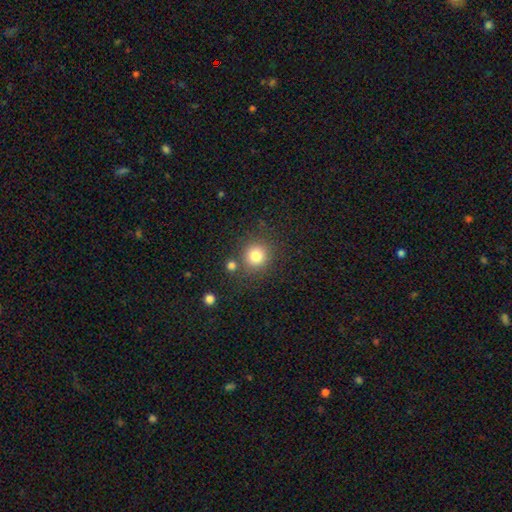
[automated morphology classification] This is clearly a smooth galaxy (81%). How rounded: clearly round (91%). Merging: likely none (79%).